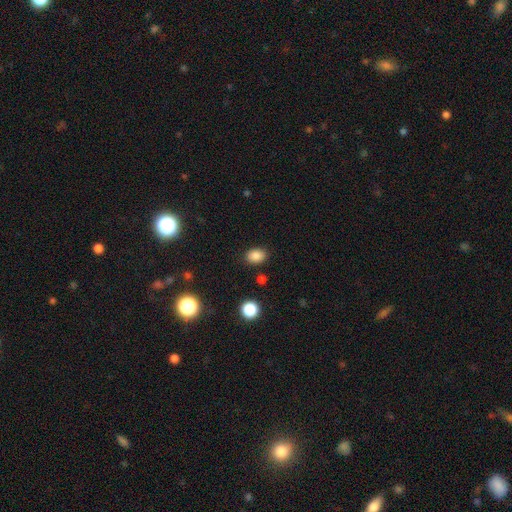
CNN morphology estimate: This is clearly a smooth galaxy (84%). How rounded: likely in between (72%). Merging: clearly none (86%).